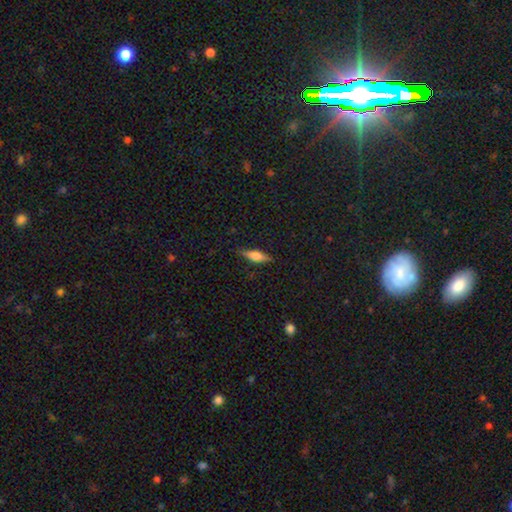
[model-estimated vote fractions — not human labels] smooth-or-featured: featured or disk: 47% | smooth: 45% | star or artifact: 8%
  merging: none: 85% | minor disturbance: 11% | major disturbance: 3% | merger: 1%